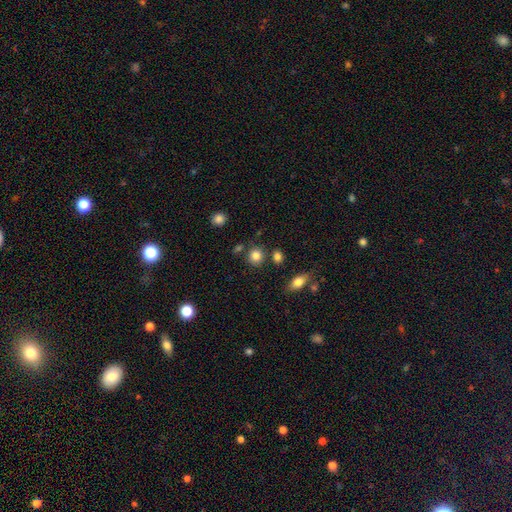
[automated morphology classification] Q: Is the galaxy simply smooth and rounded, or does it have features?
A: smooth — 84%.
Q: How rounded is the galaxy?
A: round — 85%.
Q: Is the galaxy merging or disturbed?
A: none — 79%.